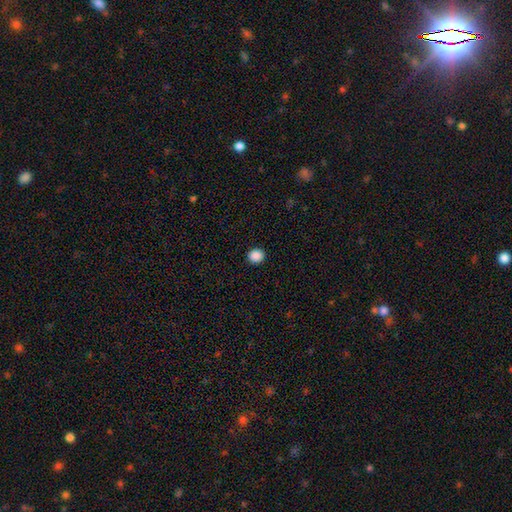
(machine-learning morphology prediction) Q: Smooth or featured?
A: smooth (88%); runner-up: star or artifact (10%)
Q: How rounded?
A: round (85%); runner-up: in between (15%)
Q: Merging?
A: none (92%); runner-up: minor disturbance (5%)